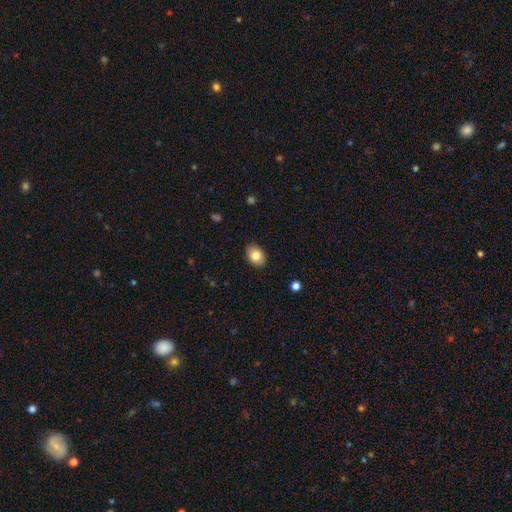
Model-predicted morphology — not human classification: type=smooth (82%); roundness=in between (75%); merging=none (89%).